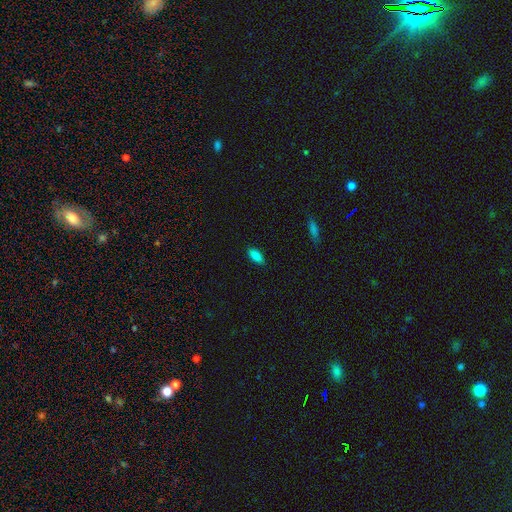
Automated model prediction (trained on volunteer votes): Smooth or featured?
  - smooth: 85% *
  - star or artifact: 9%
  - featured or disk: 6%
How rounded?
  - in between: 84% *
  - cigar-shaped: 14%
  - round: 2%
Merging?
  - none: 87% *
  - minor disturbance: 10%
  - major disturbance: 2%
  - merger: 1%